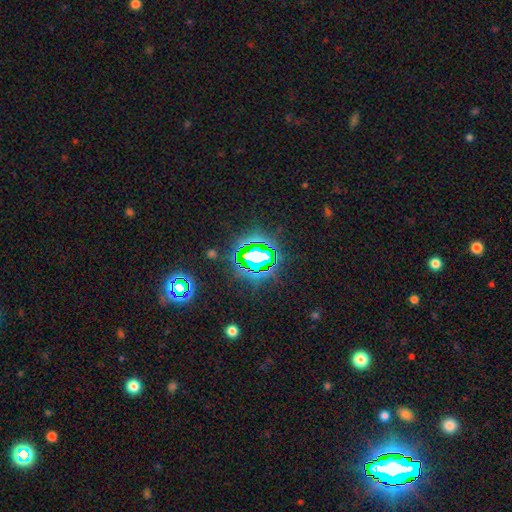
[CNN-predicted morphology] Smooth or featured: star or artifact — 74% (smooth — 15%)